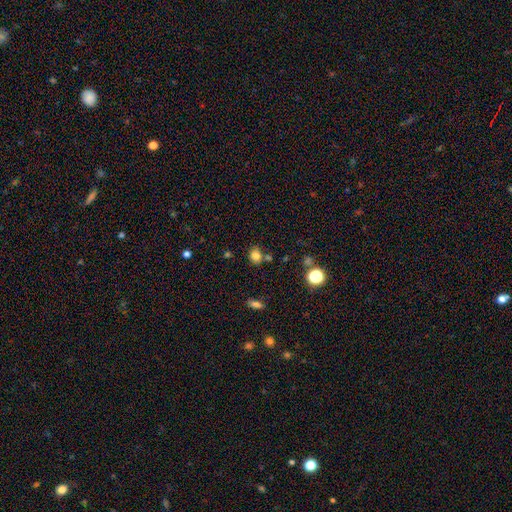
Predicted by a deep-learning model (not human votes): smooth 80%, star or artifact 13%, featured or disk 7%. Down the decision tree: how rounded — round (68%); merging — none (68%).